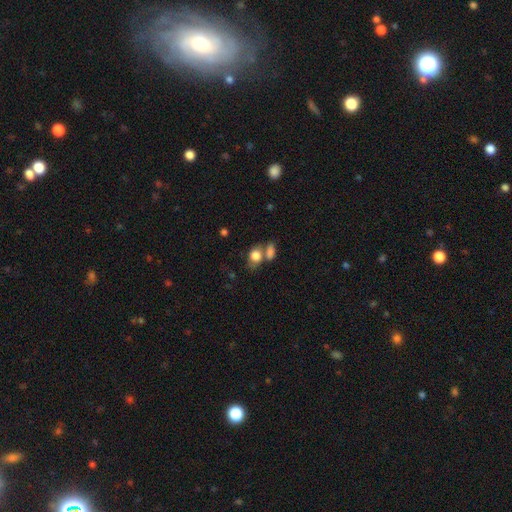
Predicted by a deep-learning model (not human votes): A smooth galaxy with no disk features (80%) that is in between round and cigar-shaped (67%).

Vote fractions:
- Smooth or featured? smooth: 80% / featured or disk: 11% / star or artifact: 9%
- How rounded? in between: 67% / round: 31% / cigar-shaped: 2%
- Merging? merger: 44% / none: 36% / minor disturbance: 13% / major disturbance: 6%